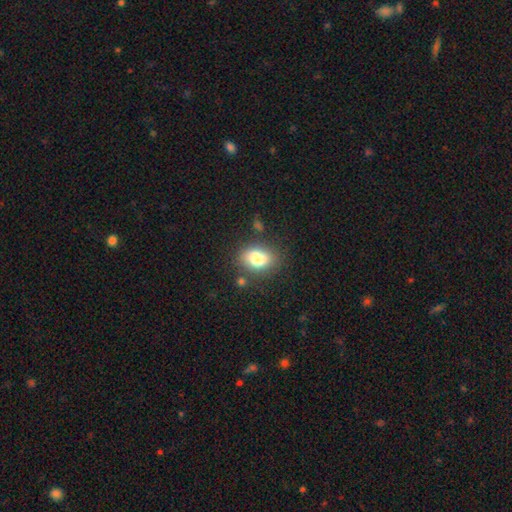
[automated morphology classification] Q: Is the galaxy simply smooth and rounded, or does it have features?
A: smooth — 79%.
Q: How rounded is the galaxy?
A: in between — 69%.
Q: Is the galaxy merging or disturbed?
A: none — 66%.